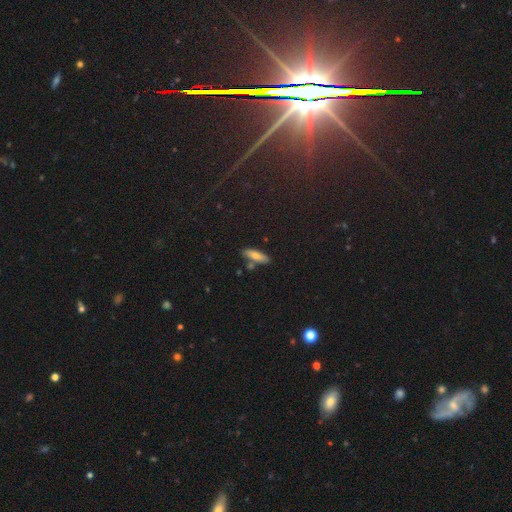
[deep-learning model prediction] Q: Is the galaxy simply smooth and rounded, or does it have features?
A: smooth — 74%.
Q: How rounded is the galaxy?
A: cigar-shaped — 55%.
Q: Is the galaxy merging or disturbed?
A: none — 78%.